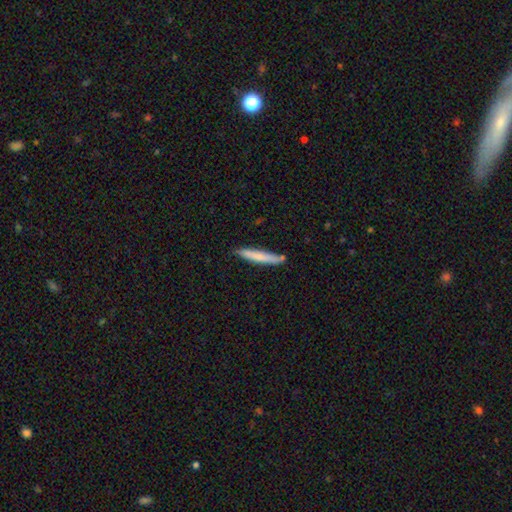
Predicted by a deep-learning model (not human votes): Smooth or featured? Predicted: smooth (p=0.71). How rounded? Predicted: cigar-shaped (p=0.95). Merging? Predicted: none (p=0.85).